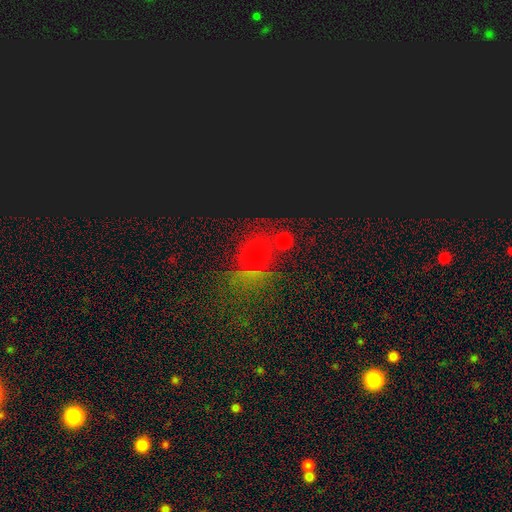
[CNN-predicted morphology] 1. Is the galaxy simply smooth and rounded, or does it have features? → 47% smooth, 41% star or artifact, 12% featured or disk.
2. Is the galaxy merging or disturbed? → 61% none, 17% merger, 13% minor disturbance, 9% major disturbance.